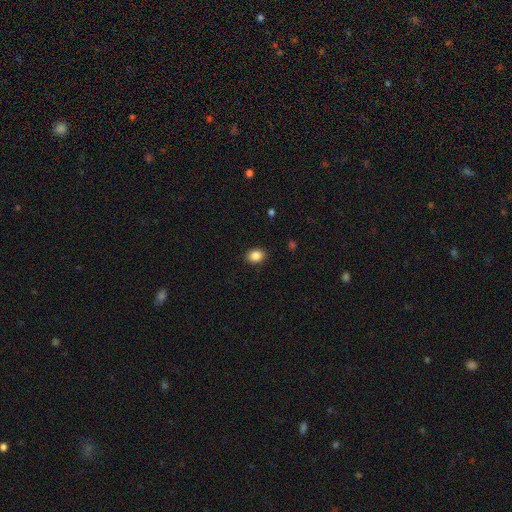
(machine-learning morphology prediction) Smooth or featured? smooth (87%)
How rounded? in between (58%)
Merging? none (90%)